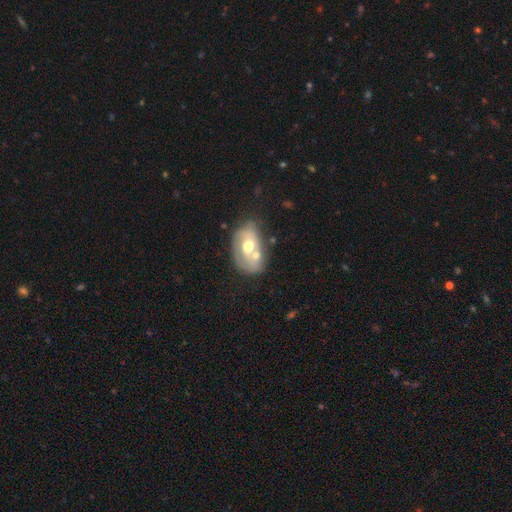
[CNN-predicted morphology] The model was most divided on "merging": merger: 36%, none: 35%, minor disturbance: 19%, major disturbance: 10%. Remaining: smooth or featured — featured or disk (50%).